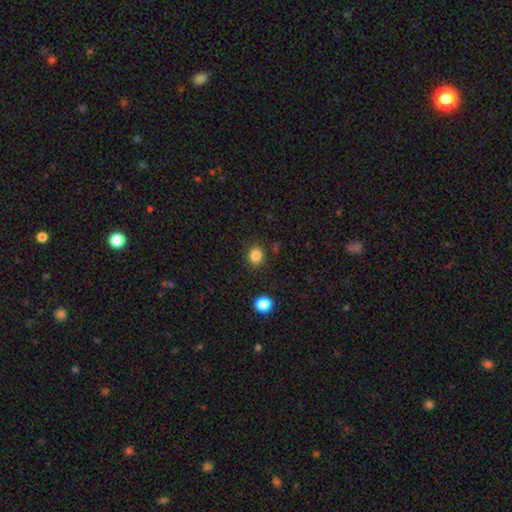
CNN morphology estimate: Smooth or featured? smooth (84%)
How rounded? round (79%)
Merging? none (86%)